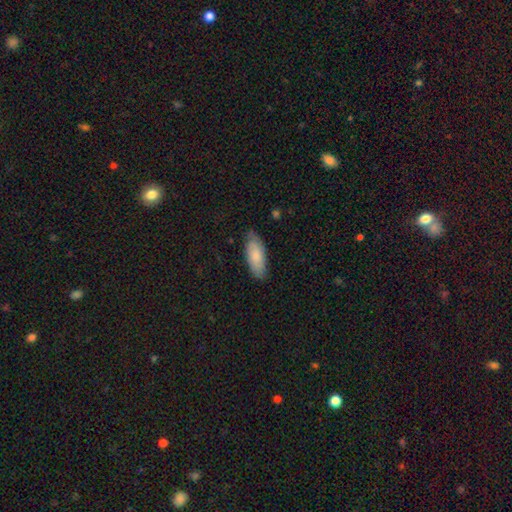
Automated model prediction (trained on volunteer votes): Smooth or featured? smooth (75%)
How rounded? in between (79%)
Merging? none (76%)